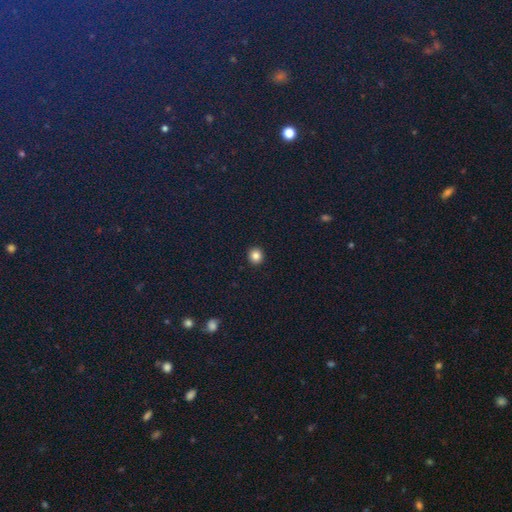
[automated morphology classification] smooth_or_featured: smooth (p=0.84) [alt: star or artifact p=0.11]
how_rounded: round (p=0.91) [alt: in between p=0.09]
merging: none (p=0.93) [alt: minor disturbance p=0.04]